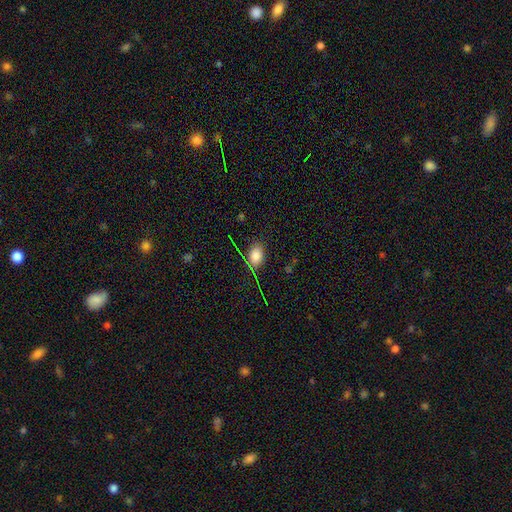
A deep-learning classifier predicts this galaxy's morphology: Q: Smooth or featured?
A: smooth (78%); runner-up: star or artifact (16%)
Q: How rounded?
A: in between (79%); runner-up: round (19%)
Q: Merging?
A: none (79%); runner-up: minor disturbance (14%)